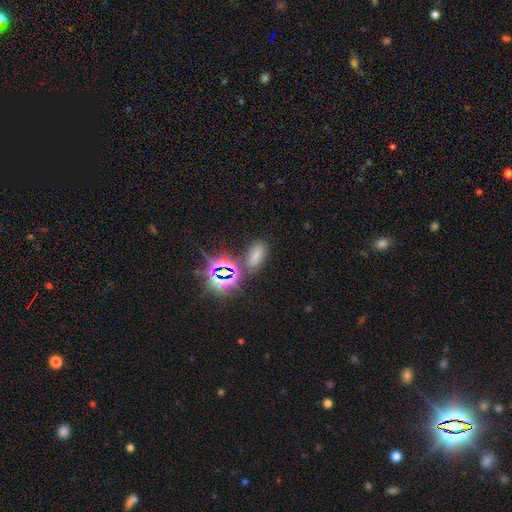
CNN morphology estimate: The model was most divided on "smooth or featured": smooth: 56%, star or artifact: 36%, featured or disk: 8%. More confident: how rounded — in between (88%); merging — none (74%).